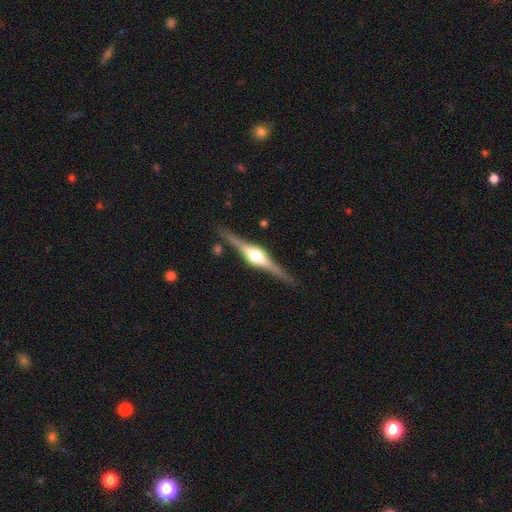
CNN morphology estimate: type=featured or disk (88%); edge-on=yes (98%); edge-on bulge=rounded (92%); merging=none (88%).